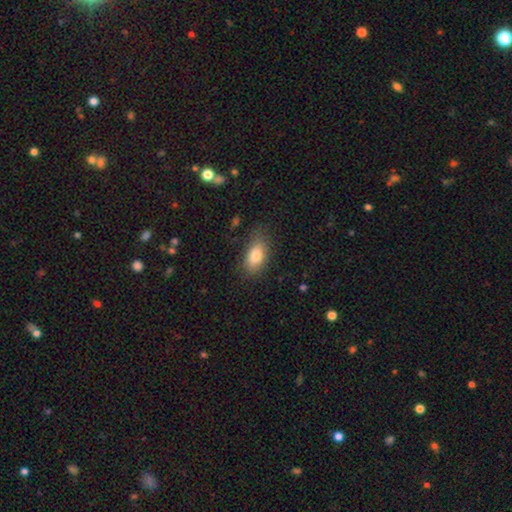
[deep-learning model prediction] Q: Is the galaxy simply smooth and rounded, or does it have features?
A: smooth — 80%.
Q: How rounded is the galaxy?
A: in between — 89%.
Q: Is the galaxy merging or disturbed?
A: none — 75%.